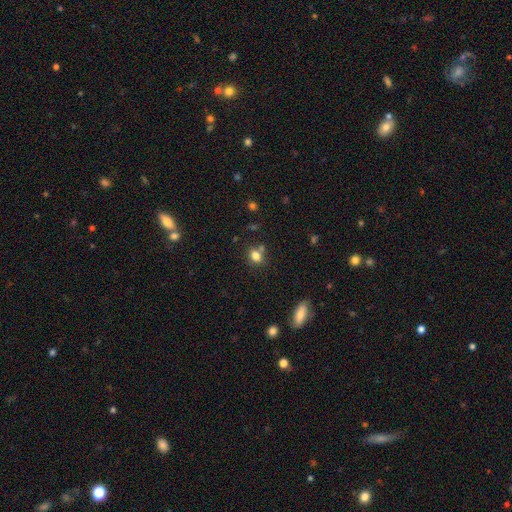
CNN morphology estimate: smooth-or-featured: smooth: 79% | star or artifact: 13% | featured or disk: 8%
  how-rounded: in between: 49% (tied) | round: 49% (tied) | cigar-shaped: 2%
  merging: none: 65% | merger: 18% | minor disturbance: 13% | major disturbance: 4%